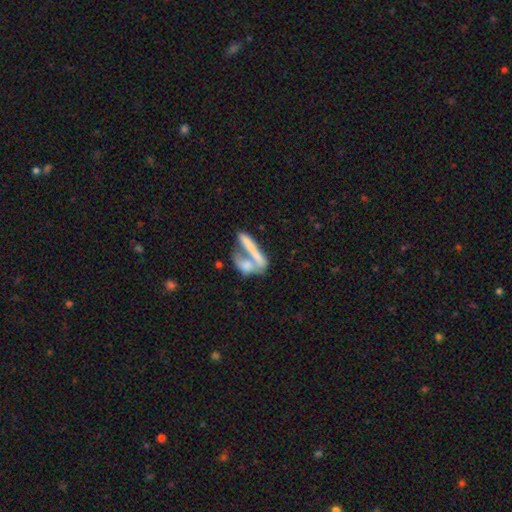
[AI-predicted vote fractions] The model was most divided on "smooth or featured": smooth: 56%, featured or disk: 35%, star or artifact: 10%. More confident: how rounded — cigar-shaped (62%); merging — merger (56%).